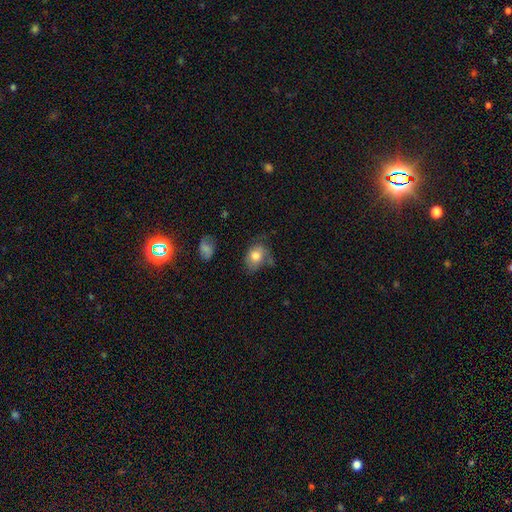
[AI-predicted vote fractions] A smooth galaxy with no disk features (74%) that is in between round and cigar-shaped (66%). Merging: none (47%).